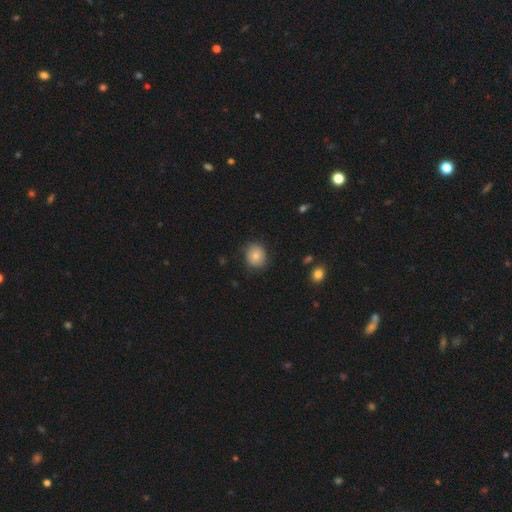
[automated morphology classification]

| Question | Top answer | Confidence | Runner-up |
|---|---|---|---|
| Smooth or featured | smooth | 80% | featured or disk (10%) |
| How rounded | round | 78% | in between (21%) |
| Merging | none | 81% | minor disturbance (14%) |